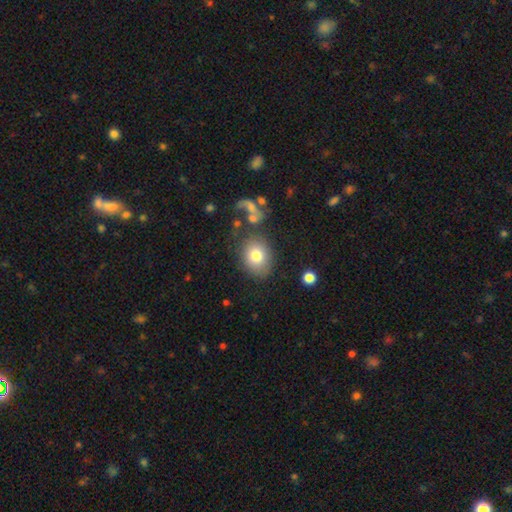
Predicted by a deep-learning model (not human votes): A smooth galaxy with no disk features (77%) that is round (51%). Merging: none (74%).